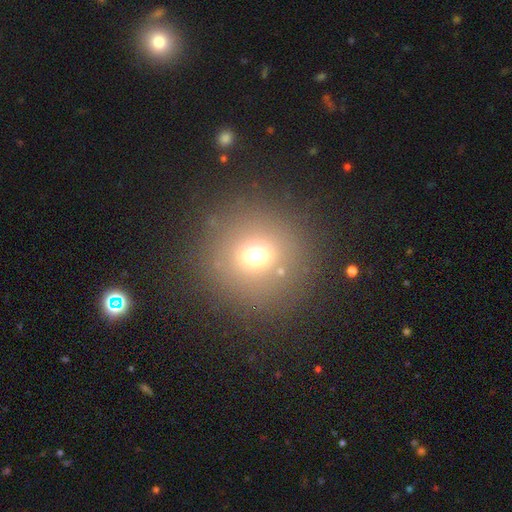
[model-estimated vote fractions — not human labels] smooth 66%, star or artifact 24%, featured or disk 10%. Down the decision tree: how rounded — round (91%); merging — none (84%).